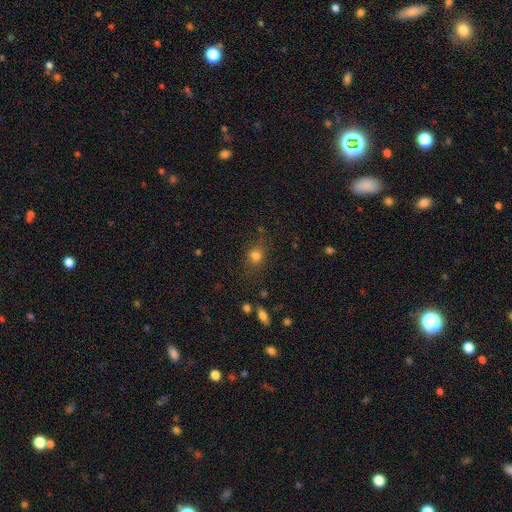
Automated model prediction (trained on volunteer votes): smooth-or-featured: smooth: 76% | star or artifact: 15% | featured or disk: 9%
  how-rounded: round: 67% | in between: 31% | cigar-shaped: 2%
  merging: none: 73% | minor disturbance: 17% | major disturbance: 7% | merger: 3%